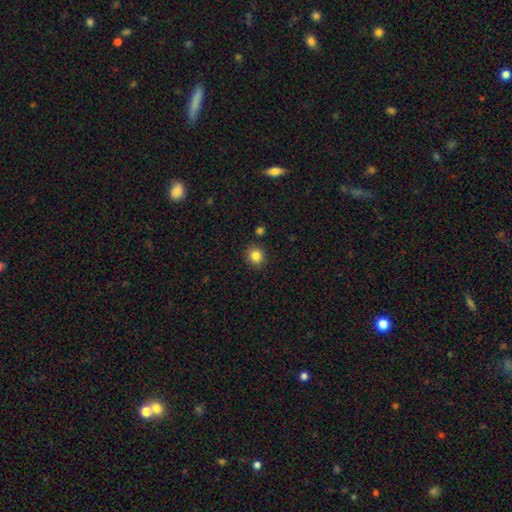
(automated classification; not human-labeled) Smooth or featured: smooth — 84% (star or artifact — 11%)
How rounded: round — 88% (in between — 11%)
Merging: none — 88% (minor disturbance — 7%)